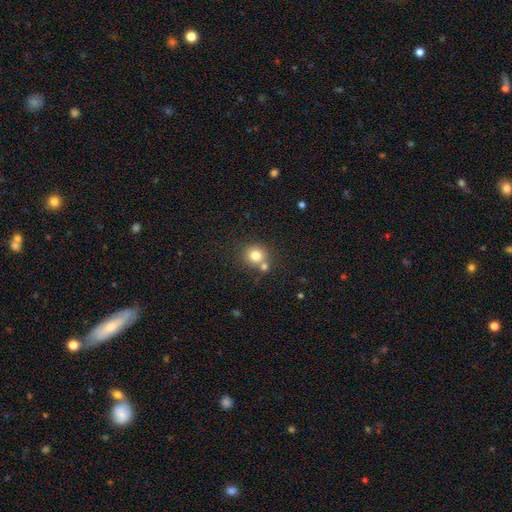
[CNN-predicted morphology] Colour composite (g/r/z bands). It shows a smooth galaxy with no disk features (79%) that is round (89%). Merging: none (65%).